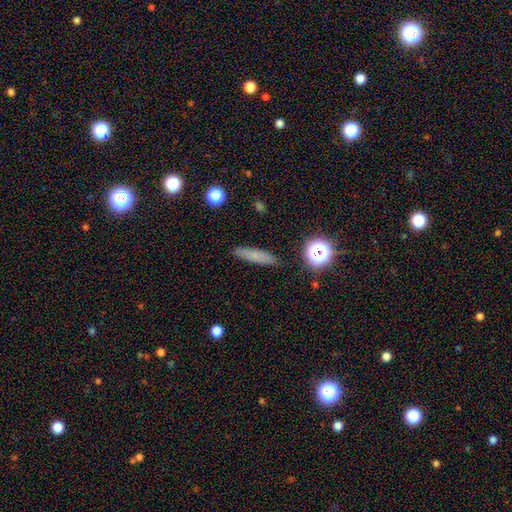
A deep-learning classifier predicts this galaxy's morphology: Smooth or featured? smooth (73%)
How rounded? cigar-shaped (80%)
Merging? none (88%)